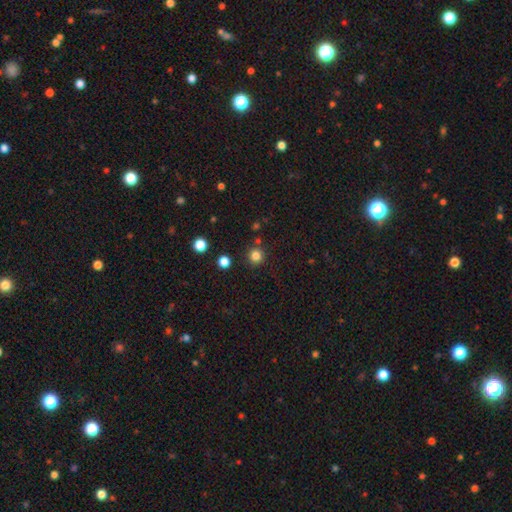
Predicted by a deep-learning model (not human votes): This is clearly a smooth galaxy (81%). How rounded: clearly round (94%). Merging: clearly none (87%).